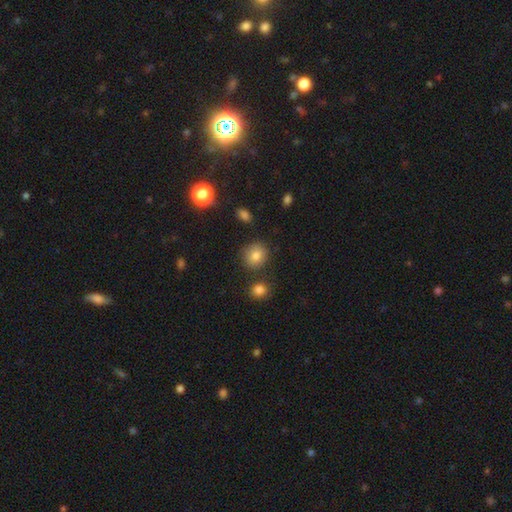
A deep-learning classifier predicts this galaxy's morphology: smooth 81%, star or artifact 11%, featured or disk 8%. Down the decision tree: how rounded — round (82%); merging — none (81%).